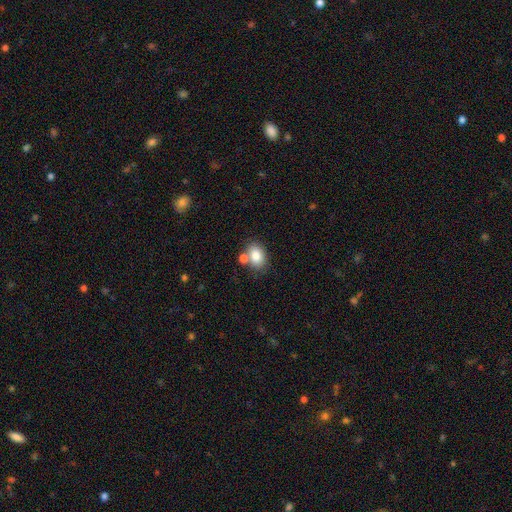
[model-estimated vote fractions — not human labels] Smooth or featured? Predicted: smooth (p=0.82). How rounded? Predicted: in between (p=0.69). Merging? Predicted: none (p=0.64).